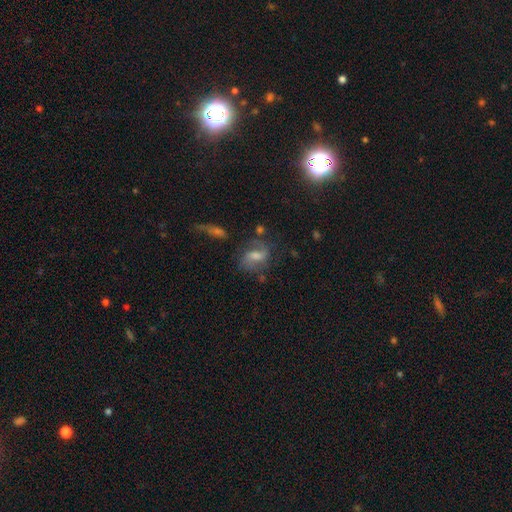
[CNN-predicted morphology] Smooth or featured: featured or disk — 56% (smooth — 32%)
Edge-on disk: no — 95% (yes — 5%)
Bar: weak — 48% (no — 30%)
Spiral arms: yes — 83% (no — 17%)
Bulge size: moderate — 47% (small — 25%)
Merging: none — 58% (minor disturbance — 20%)